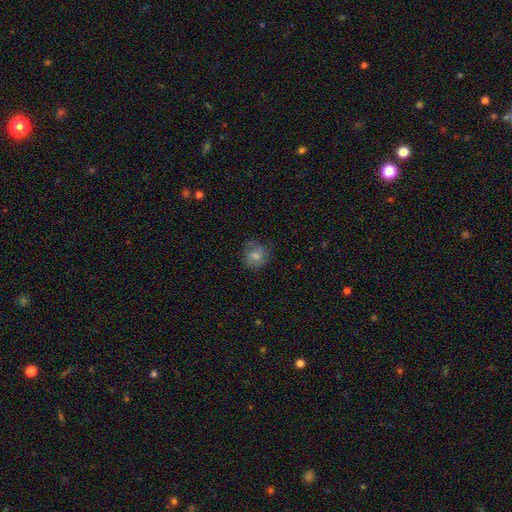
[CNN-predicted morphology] Smooth or featured?
  - smooth: 56% *
  - featured or disk: 30%
  - star or artifact: 14%
How rounded?
  - round: 80% *
  - in between: 19%
  - cigar-shaped: 1%
Merging?
  - none: 72% *
  - minor disturbance: 19%
  - major disturbance: 7%
  - merger: 2%